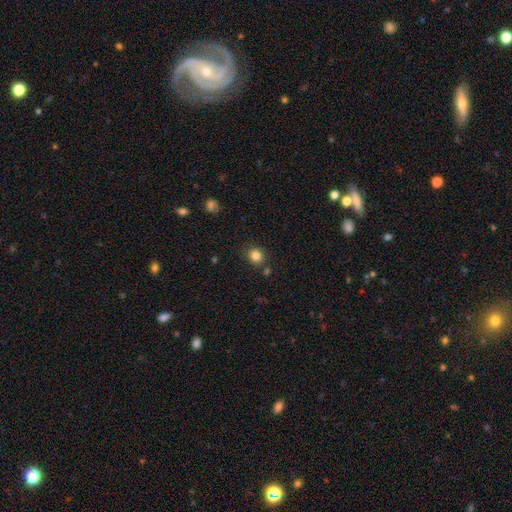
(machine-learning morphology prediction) Smooth or featured? smooth (83%)
How rounded? round (81%)
Merging? none (82%)